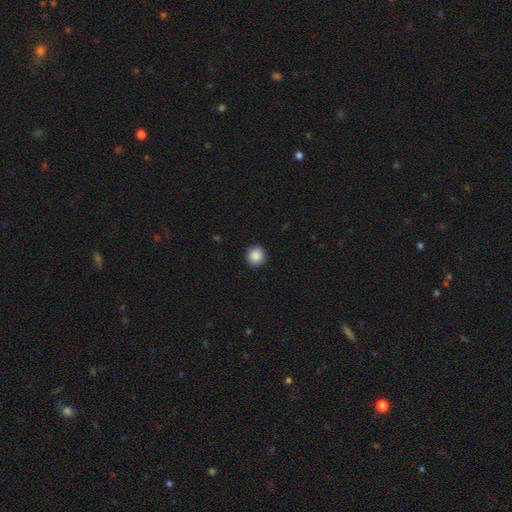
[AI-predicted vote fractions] smooth_or_featured: smooth (p=0.88) [alt: star or artifact p=0.09]
how_rounded: round (p=0.93) [alt: in between p=0.06]
merging: none (p=0.92) [alt: minor disturbance p=0.05]